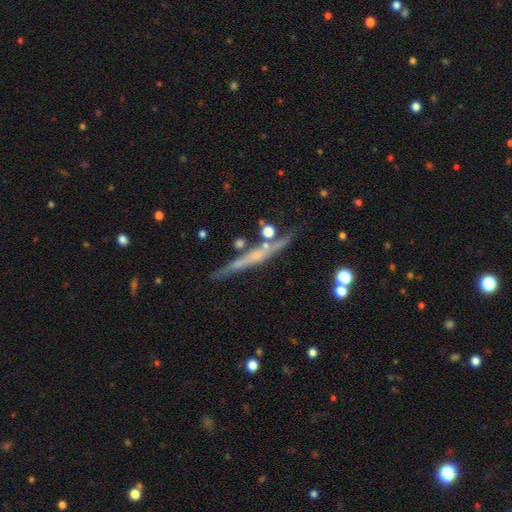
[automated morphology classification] smooth_or_featured: featured or disk (p=0.64) [alt: smooth p=0.26]
disk_edge_on: yes (p=0.95) [alt: no p=0.05]
edge_on_bulge: none (p=0.63) [alt: rounded p=0.30]
merging: none (p=0.76) [alt: minor disturbance p=0.13]